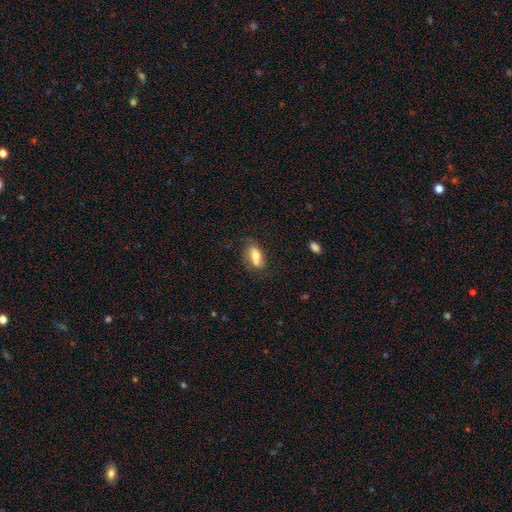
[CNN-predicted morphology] Overall: smooth (61%; featured or disk 30%). How rounded: in between (83%). Merging: none (58%; minor disturbance 24%).